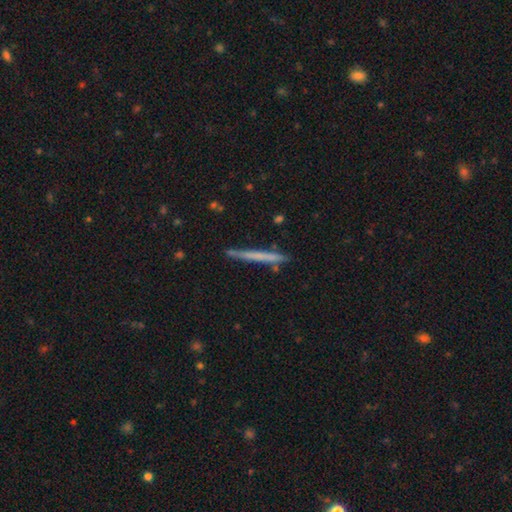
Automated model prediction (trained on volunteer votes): Morphology: type=smooth (54%); roundness=cigar-shaped (97%); merging=none (85%).